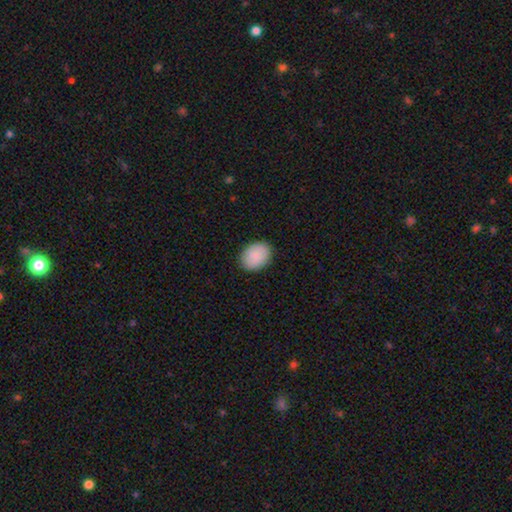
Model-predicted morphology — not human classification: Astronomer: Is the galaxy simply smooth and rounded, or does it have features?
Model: smooth — 88%.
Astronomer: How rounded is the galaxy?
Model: in between — 68%.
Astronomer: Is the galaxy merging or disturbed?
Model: none — 88%.